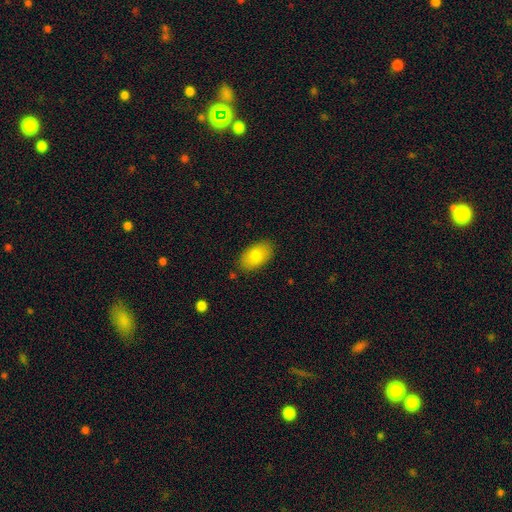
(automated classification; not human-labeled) Overall: smooth (81%). How rounded: in between (93%). Merging: none (85%).